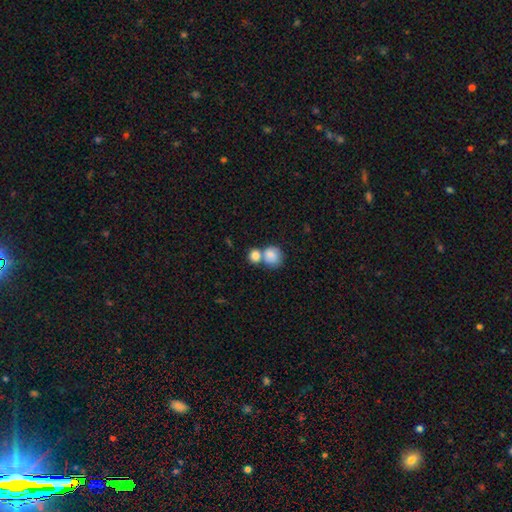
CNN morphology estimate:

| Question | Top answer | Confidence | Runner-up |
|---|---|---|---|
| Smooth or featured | smooth | 82% | featured or disk (10%) |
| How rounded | round | 77% | in between (22%) |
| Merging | merger | 54% | none (36%) |